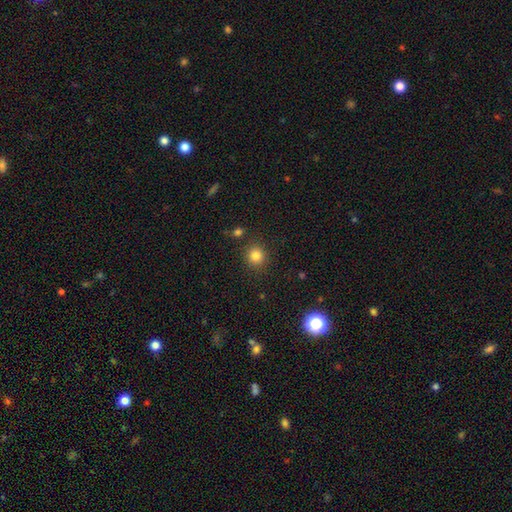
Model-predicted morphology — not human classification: The model was most divided on "smooth or featured": smooth: 83%, star or artifact: 12%, featured or disk: 5%. More confident: how rounded — round (91%); merging — none (88%).